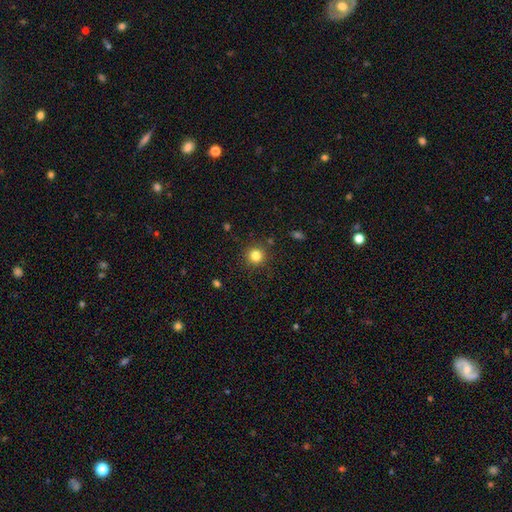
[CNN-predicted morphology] Overall: smooth (82%). How rounded: round (94%). Merging: none (89%).